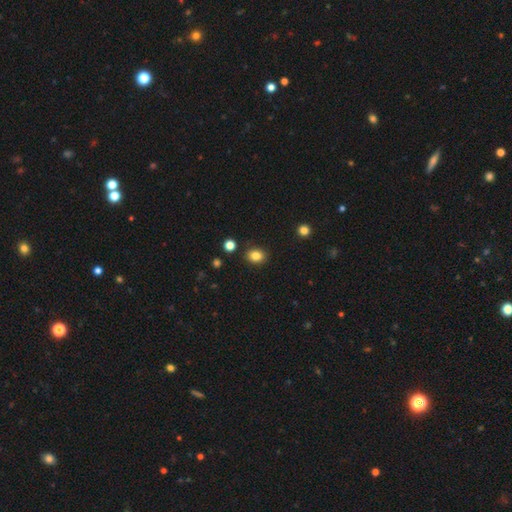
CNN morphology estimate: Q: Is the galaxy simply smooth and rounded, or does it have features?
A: smooth — 83%.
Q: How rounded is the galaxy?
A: round — 55%.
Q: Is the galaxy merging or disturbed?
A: none — 87%.